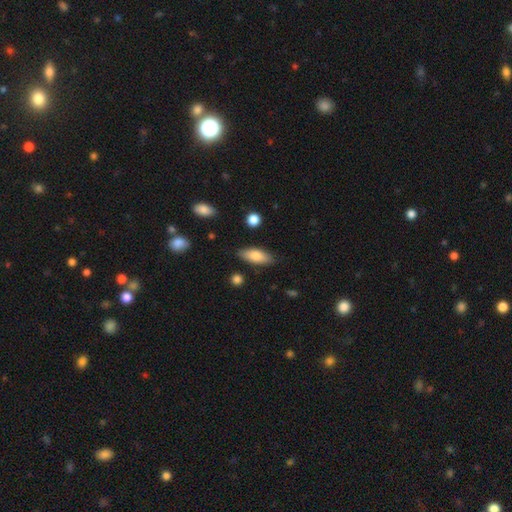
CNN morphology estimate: type=smooth (79%); roundness=in between (74%); merging=none (83%).